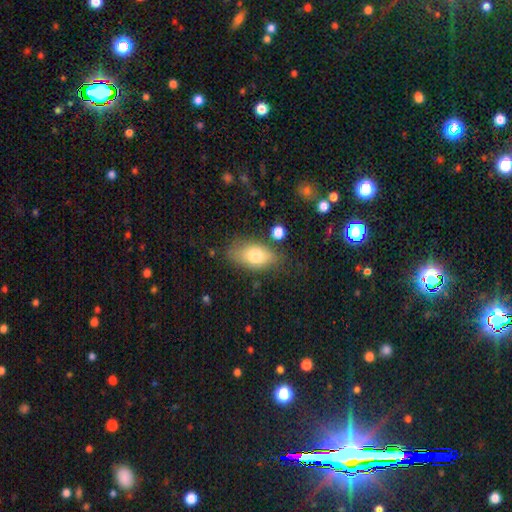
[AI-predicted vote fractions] The model was most divided on "merging": none: 73%, minor disturbance: 18%, major disturbance: 5%, merger: 4%. More confident: how rounded — in between (88%); smooth or featured — smooth (74%).